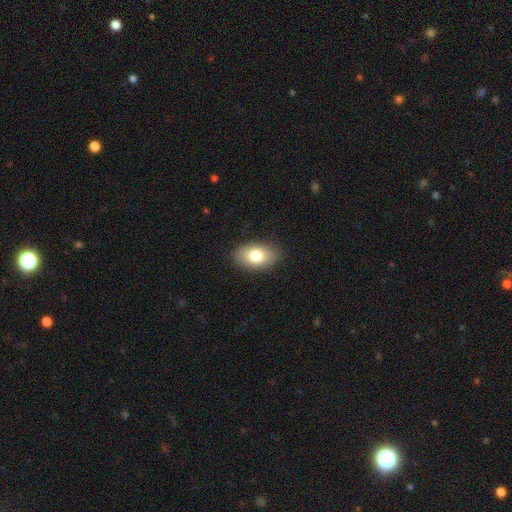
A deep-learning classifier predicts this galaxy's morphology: Q: Smooth or featured?
A: smooth (79%); runner-up: featured or disk (14%)
Q: How rounded?
A: in between (90%); runner-up: round (8%)
Q: Merging?
A: none (87%); runner-up: minor disturbance (10%)